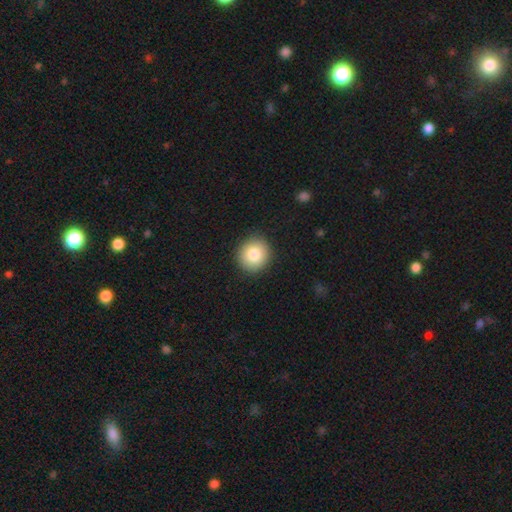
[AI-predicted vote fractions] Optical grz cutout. It shows a smooth galaxy with no disk features (81%) that is round (92%). Merging: none (92%).